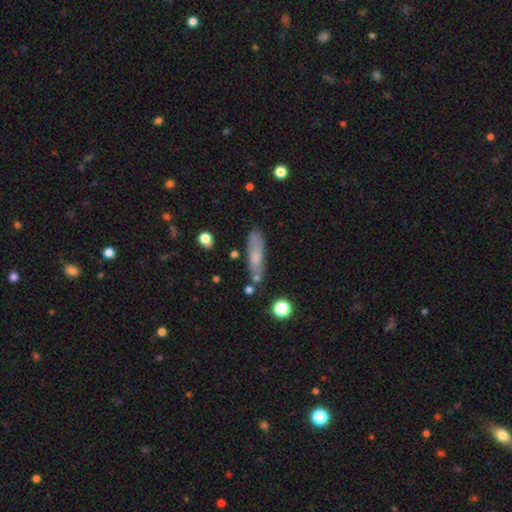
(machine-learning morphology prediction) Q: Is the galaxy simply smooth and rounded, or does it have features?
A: smooth — 67%.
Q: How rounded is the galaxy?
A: cigar-shaped — 65%.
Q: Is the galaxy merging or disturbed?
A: none — 70%.